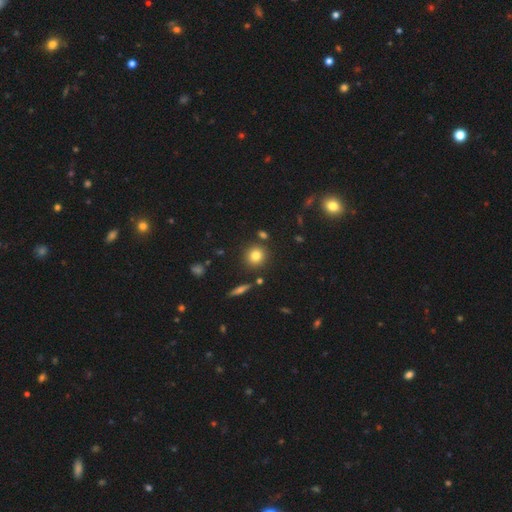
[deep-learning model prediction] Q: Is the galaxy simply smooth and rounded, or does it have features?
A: smooth — 79%.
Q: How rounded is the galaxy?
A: round — 88%.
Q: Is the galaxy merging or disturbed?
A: none — 85%.